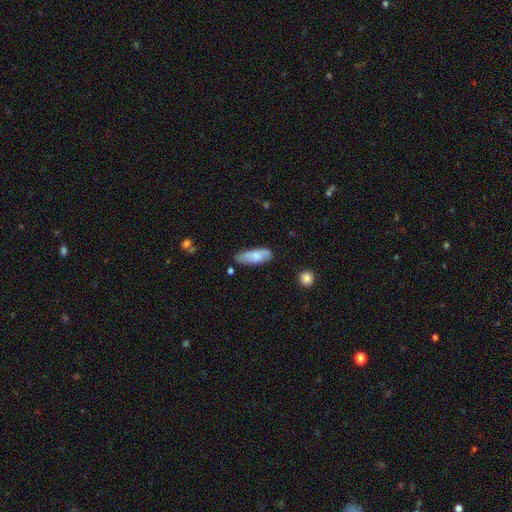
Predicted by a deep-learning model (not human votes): smooth_or_featured: smooth (p=0.76) [alt: featured or disk p=0.18]
how_rounded: in between (p=0.67) [alt: cigar-shaped p=0.31]
merging: none (p=0.66) [alt: minor disturbance p=0.25]